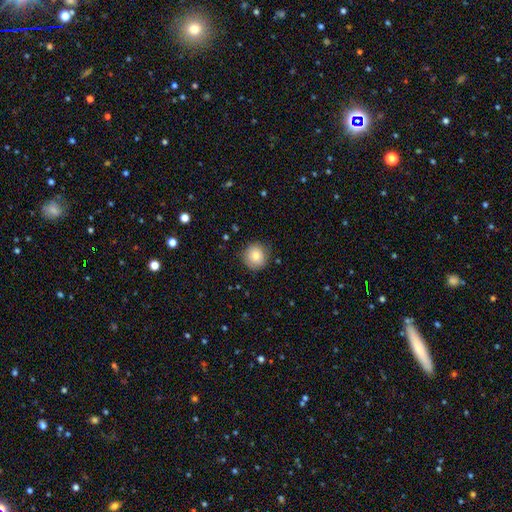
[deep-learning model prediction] Morphology: type=smooth (79%); roundness=round (92%); merging=none (84%).